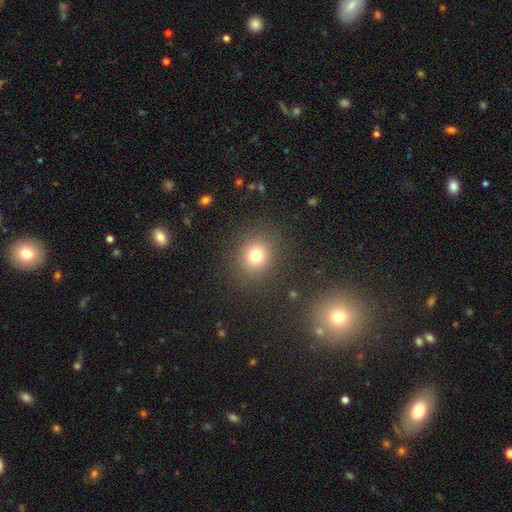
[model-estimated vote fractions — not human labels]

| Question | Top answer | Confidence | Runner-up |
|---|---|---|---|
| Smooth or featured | smooth | 76% | star or artifact (15%) |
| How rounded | round | 79% | in between (20%) |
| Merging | none | 87% | minor disturbance (8%) |